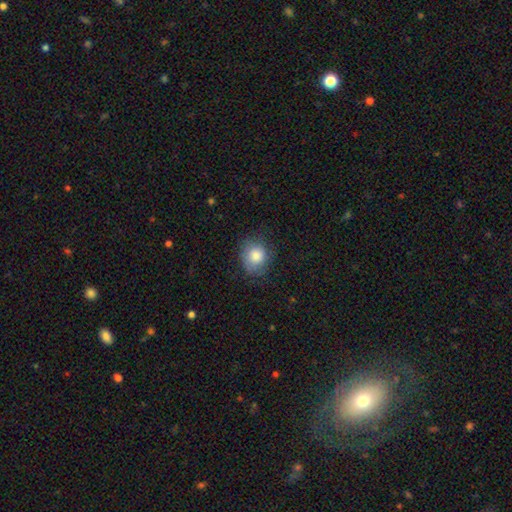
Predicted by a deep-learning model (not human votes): This is clearly a smooth galaxy (82%). How rounded: likely round (73%). Merging: likely none (71%).